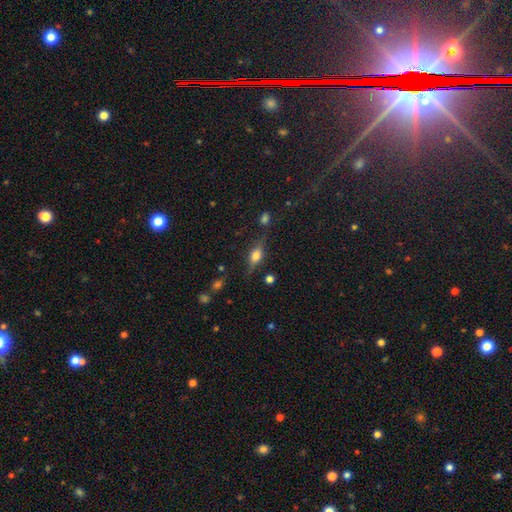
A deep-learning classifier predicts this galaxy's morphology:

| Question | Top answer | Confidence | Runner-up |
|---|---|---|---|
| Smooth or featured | smooth | 53% | featured or disk (37%) |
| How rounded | in between | 68% | cigar-shaped (21%) |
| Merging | none | 73% | minor disturbance (18%) |